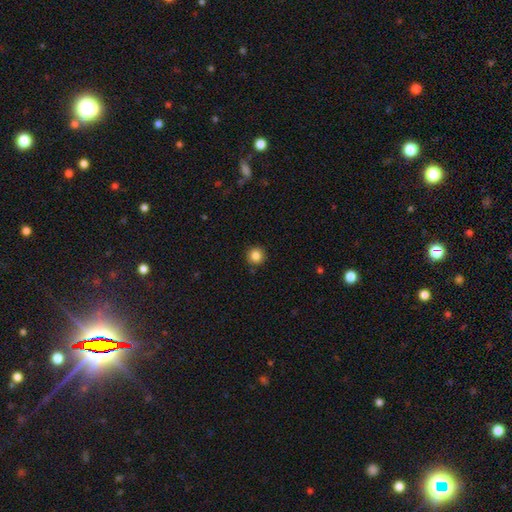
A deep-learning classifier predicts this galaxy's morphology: type=smooth (84%); roundness=round (94%); merging=none (90%).